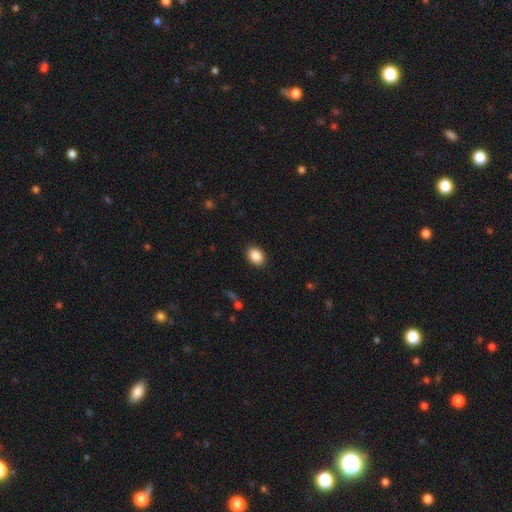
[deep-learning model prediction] This is clearly a smooth galaxy (88%). How rounded: likely in between (75%). Merging: clearly none (89%).